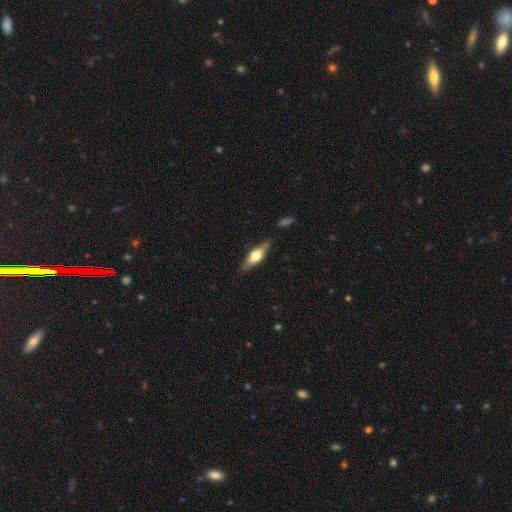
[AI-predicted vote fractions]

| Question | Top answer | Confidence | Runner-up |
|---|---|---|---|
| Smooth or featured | smooth | 56% | featured or disk (38%) |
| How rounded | in between | 52% | cigar-shaped (46%) |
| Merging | none | 81% | minor disturbance (14%) |